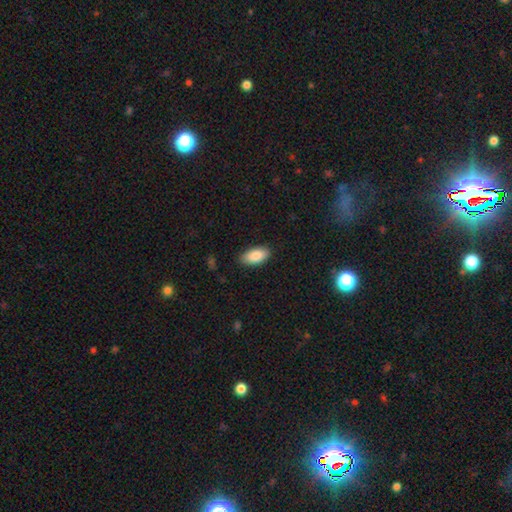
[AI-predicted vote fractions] The model was most divided on "merging": none: 86%, minor disturbance: 11%, major disturbance: 2%, merger: 1%. More confident: how rounded — in between (93%); smooth or featured — smooth (88%).